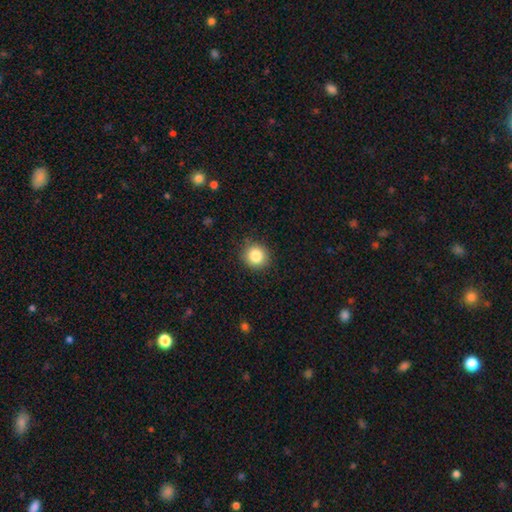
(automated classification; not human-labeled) Smooth or featured? smooth (84%)
How rounded? round (91%)
Merging? none (88%)